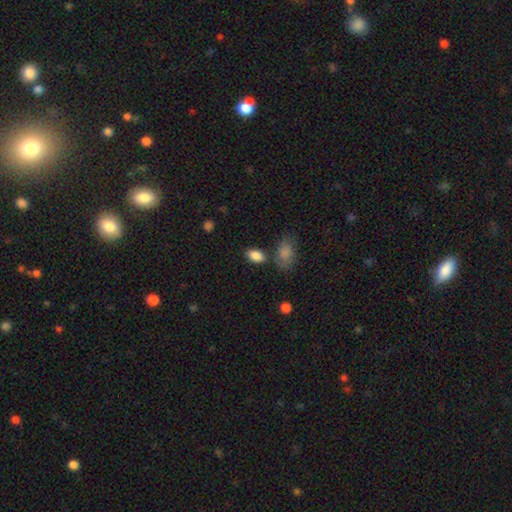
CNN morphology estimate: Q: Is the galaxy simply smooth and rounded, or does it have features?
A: smooth — 87%.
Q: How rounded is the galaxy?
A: in between — 91%.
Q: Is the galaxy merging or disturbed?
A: none — 72%.